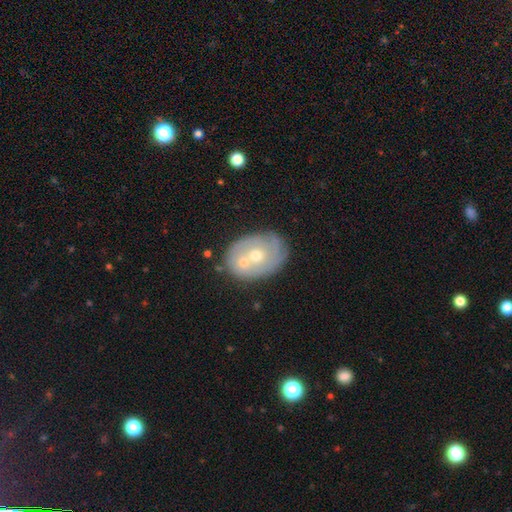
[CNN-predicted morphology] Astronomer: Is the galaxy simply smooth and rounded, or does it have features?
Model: featured or disk — 54% (runner-up: smooth, 38%).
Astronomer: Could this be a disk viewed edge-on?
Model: no — 95%.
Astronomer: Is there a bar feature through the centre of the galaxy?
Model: no — 86%.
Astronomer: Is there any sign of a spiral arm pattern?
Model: no — 57% (runner-up: yes, 43%).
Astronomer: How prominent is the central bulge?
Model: moderate — 56% (runner-up: small, 39%).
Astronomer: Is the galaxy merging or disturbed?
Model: none — 44% (runner-up: merger, 34%).